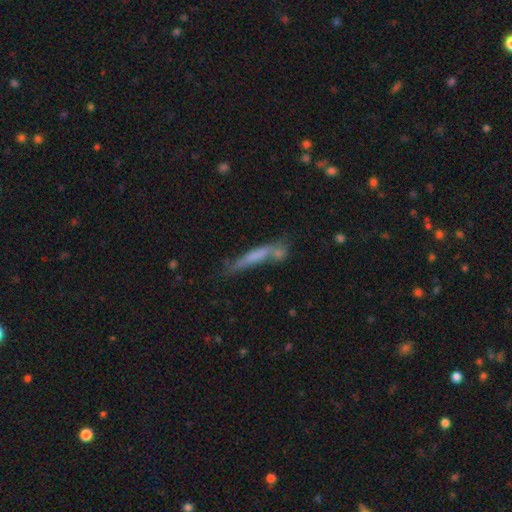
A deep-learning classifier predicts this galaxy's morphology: This is likely a smooth galaxy (61%). How rounded: clearly cigar-shaped (91%). Merging: possibly none (54%).